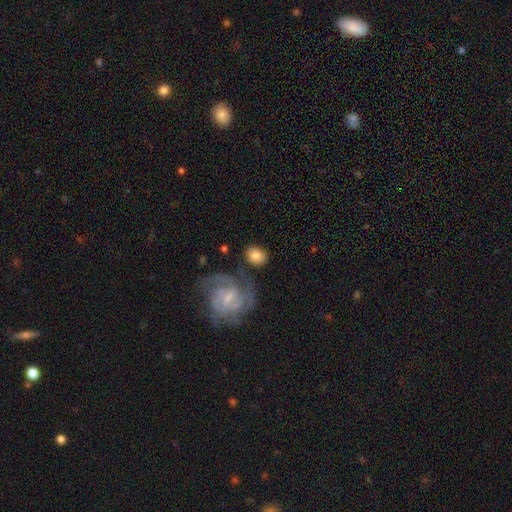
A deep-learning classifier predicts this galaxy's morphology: type=smooth (74%); roundness=in between (51%); merging=none (70%).